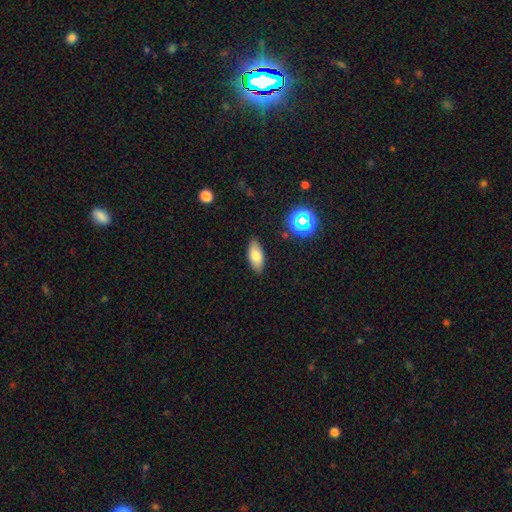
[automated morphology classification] The model was most divided on "smooth or featured": smooth: 76%, featured or disk: 14%, star or artifact: 10%. More confident: how rounded — in between (86%); merging — none (86%).